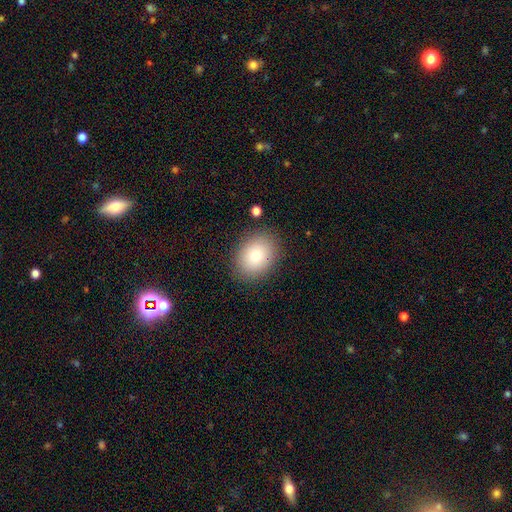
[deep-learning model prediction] This is clearly a smooth galaxy (82%). How rounded: likely in between (65%). Merging: clearly none (85%).